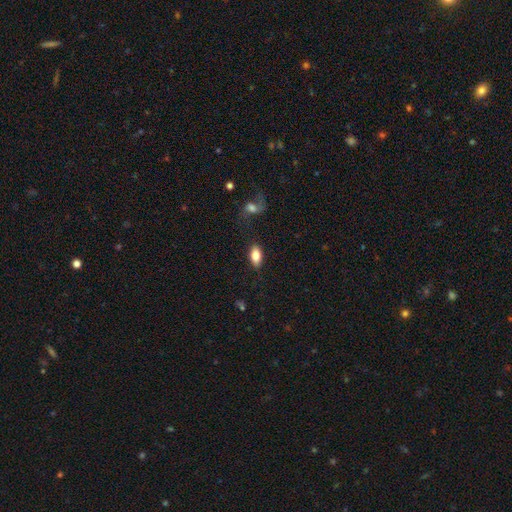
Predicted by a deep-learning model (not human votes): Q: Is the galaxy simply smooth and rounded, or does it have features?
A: smooth — 79%.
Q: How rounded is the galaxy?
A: in between — 90%.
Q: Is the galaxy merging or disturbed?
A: none — 84%.